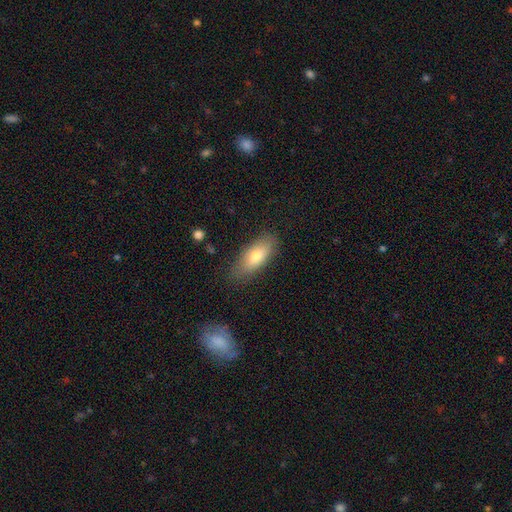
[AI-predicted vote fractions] smooth_or_featured: smooth (p=0.74) [alt: featured or disk p=0.19]
how_rounded: in between (p=0.79) [alt: cigar-shaped p=0.18]
merging: none (p=0.81) [alt: minor disturbance p=0.14]